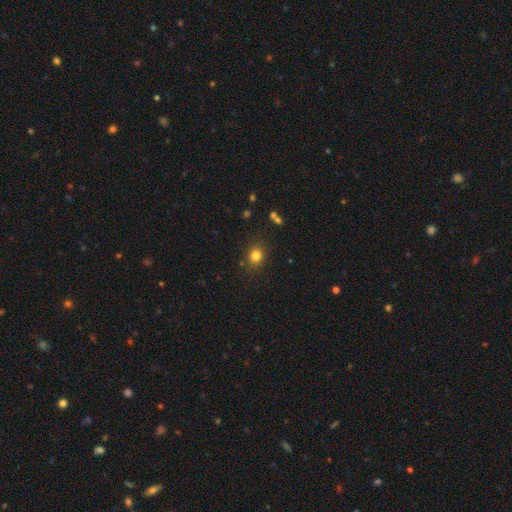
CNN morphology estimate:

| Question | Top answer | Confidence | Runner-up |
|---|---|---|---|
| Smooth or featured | smooth | 81% | star or artifact (13%) |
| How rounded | round | 72% | in between (27%) |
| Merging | none | 85% | minor disturbance (10%) |